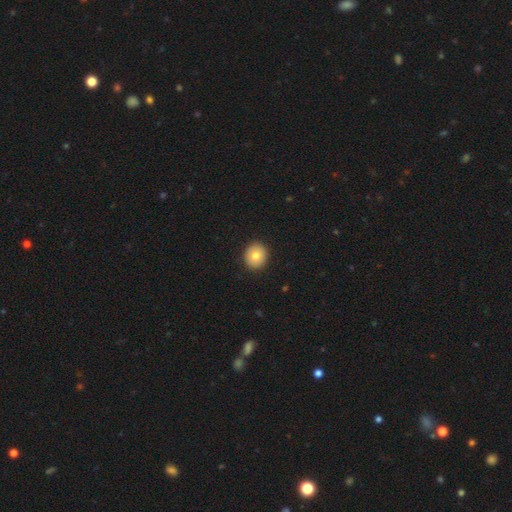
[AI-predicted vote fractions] Smooth or featured?
  - smooth: 81% *
  - featured or disk: 10%
  - star or artifact: 9%
How rounded?
  - round: 81% *
  - in between: 18%
  - cigar-shaped: 1%
Merging?
  - none: 92% *
  - minor disturbance: 6%
  - major disturbance: 2%
  - merger: 1%